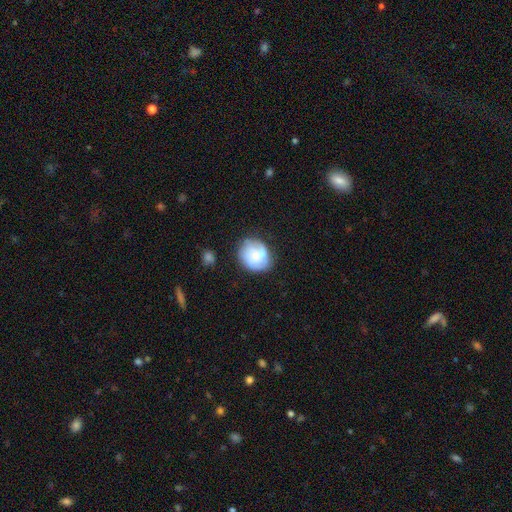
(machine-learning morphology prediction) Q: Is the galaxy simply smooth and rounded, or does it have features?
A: smooth — 47%.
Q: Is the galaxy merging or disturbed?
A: none — 65%.